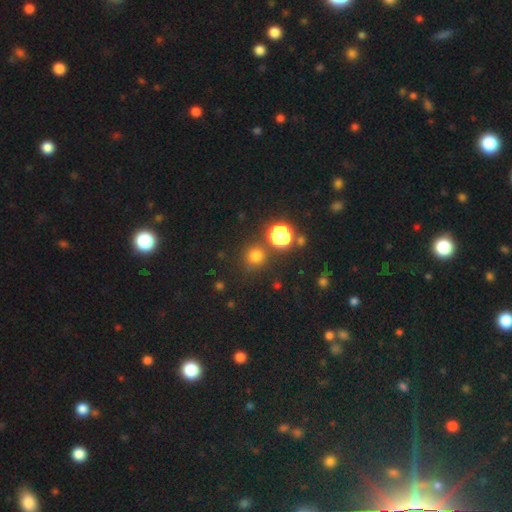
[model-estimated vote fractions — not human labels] Smooth or featured? Predicted: smooth (p=0.74). How rounded? Predicted: round (p=0.92). Merging? Predicted: none (p=0.81).